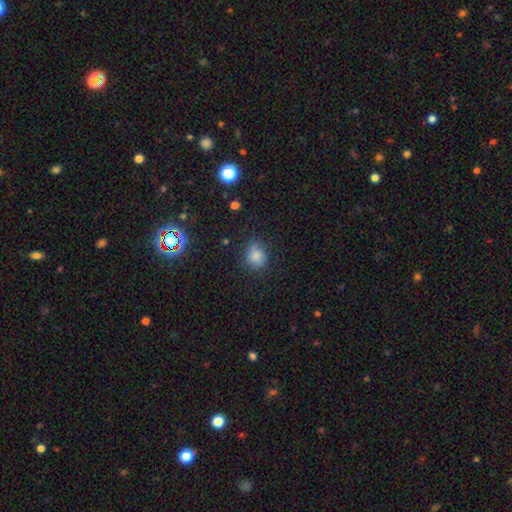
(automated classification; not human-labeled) Smooth or featured?
  - smooth: 71% *
  - star or artifact: 19%
  - featured or disk: 10%
How rounded?
  - round: 64% *
  - in between: 34%
  - cigar-shaped: 1%
Merging?
  - none: 77% *
  - minor disturbance: 17%
  - major disturbance: 5%
  - merger: 1%